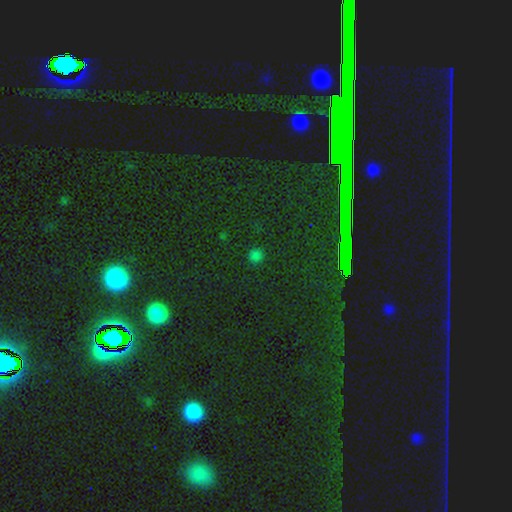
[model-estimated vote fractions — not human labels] A smooth galaxy with no disk features (65%) that is round (89%). Merging: none (87%).